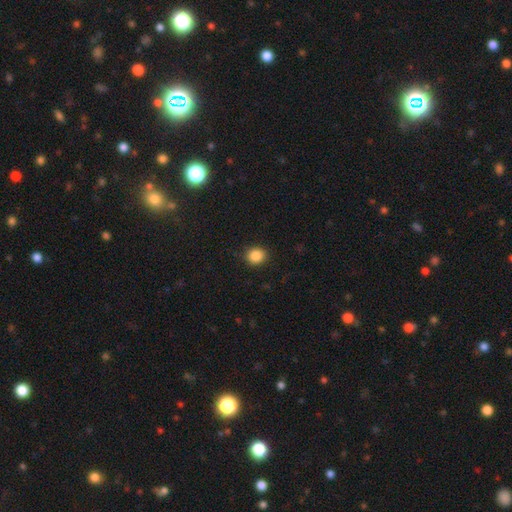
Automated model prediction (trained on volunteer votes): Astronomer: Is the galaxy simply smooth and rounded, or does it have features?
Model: smooth — 87%.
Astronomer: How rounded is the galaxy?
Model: round — 75%.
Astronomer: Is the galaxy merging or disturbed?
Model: none — 90%.